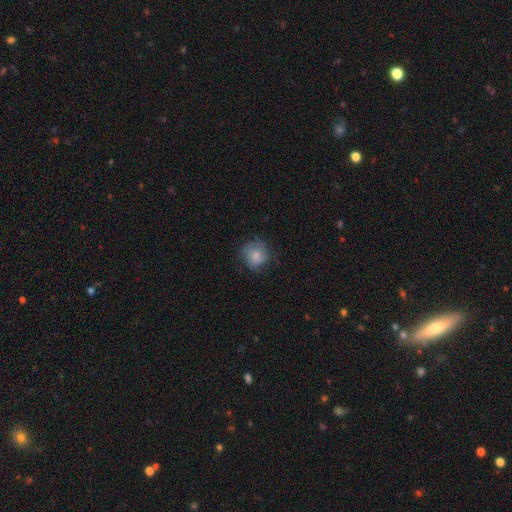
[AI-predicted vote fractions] Q: Smooth or featured?
A: smooth (78%); runner-up: featured or disk (13%)
Q: How rounded?
A: round (82%); runner-up: in between (17%)
Q: Merging?
A: none (65%); runner-up: minor disturbance (23%)